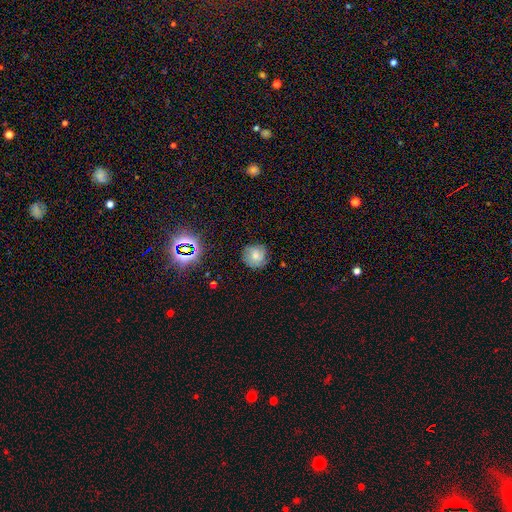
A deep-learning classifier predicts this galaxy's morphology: Q: Smooth or featured?
A: featured or disk (43%); runner-up: smooth (41%)
Q: Merging?
A: none (75%); runner-up: minor disturbance (18%)